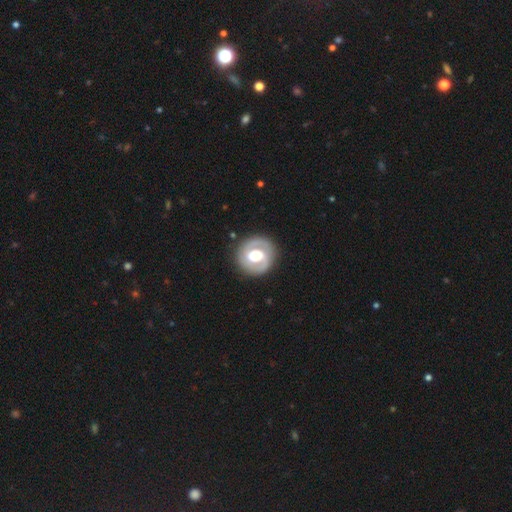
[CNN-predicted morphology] This is likely a featured or disk galaxy (74%). It is clearly not viewed edge-on (98%). Bar: marginally weak (41%). Spiral arm pattern: likely yes (77%). Spiral arm count: clearly 2 (83%). Spiral winding: possibly tight (55%). Central bulge: possibly moderate (57%). Merging: clearly none (85%).